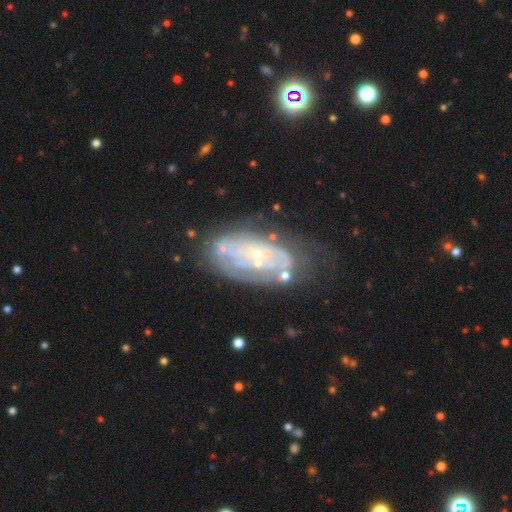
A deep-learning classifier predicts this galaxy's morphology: A featured or disk galaxy (76%) with no bar (78%), spiral arms (70%) and a small central bulge (78%).

Vote fractions:
- Smooth or featured? featured or disk: 76% / smooth: 16% / star or artifact: 8%
- Edge-on disk? no: 93% / yes: 7%
- Bar? no: 78% / weak: 17% / strong: 5%
- Spiral arms? yes: 70% / no: 30%
- Bulge size? small: 78% / moderate: 13% / none: 6% / large: 1% / dominant: 1%
- Merging? none: 58% / minor disturbance: 24% / major disturbance: 13% / merger: 5%